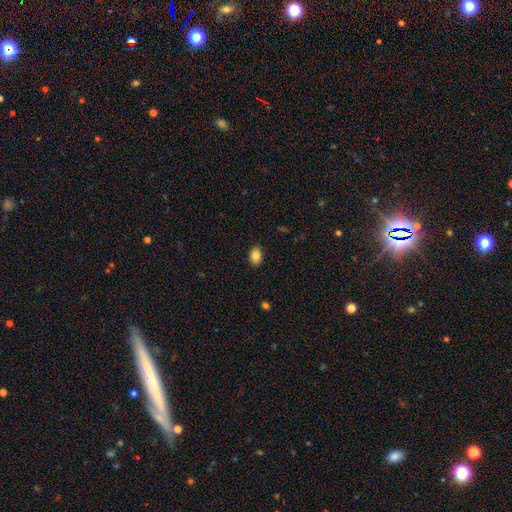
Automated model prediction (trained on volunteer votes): This appears to be a smooth galaxy with no disk features (86%) that is in between round and cigar-shaped (84%). Merging: none (89%).